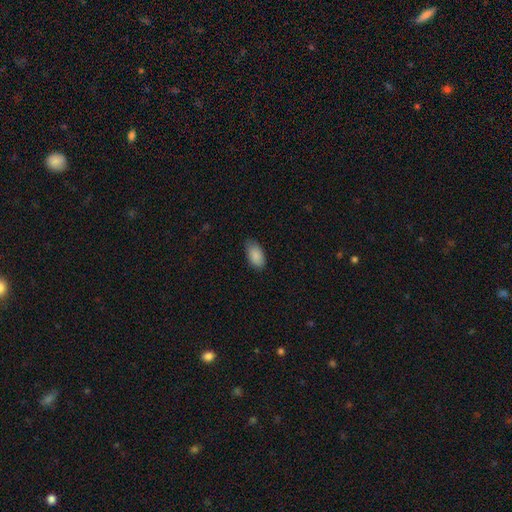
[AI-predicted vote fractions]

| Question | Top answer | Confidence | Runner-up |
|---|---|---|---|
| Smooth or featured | smooth | 89% | star or artifact (6%) |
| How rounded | in between | 94% | cigar-shaped (4%) |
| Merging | none | 78% | minor disturbance (18%) |